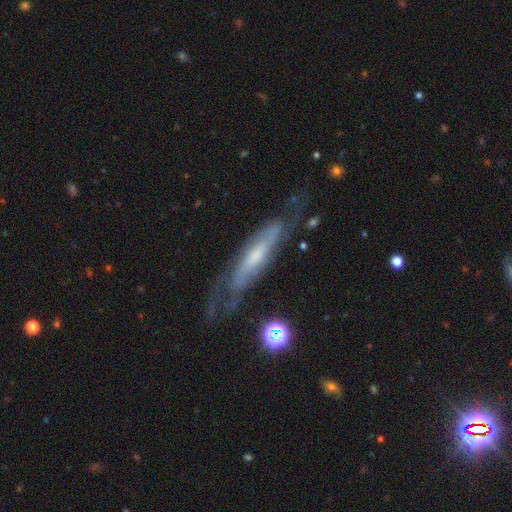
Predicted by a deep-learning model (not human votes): Smooth or featured: featured or disk — 78% (smooth — 15%)
Edge-on disk: no — 59% (yes — 41%)
Merging: none — 63% (minor disturbance — 21%)